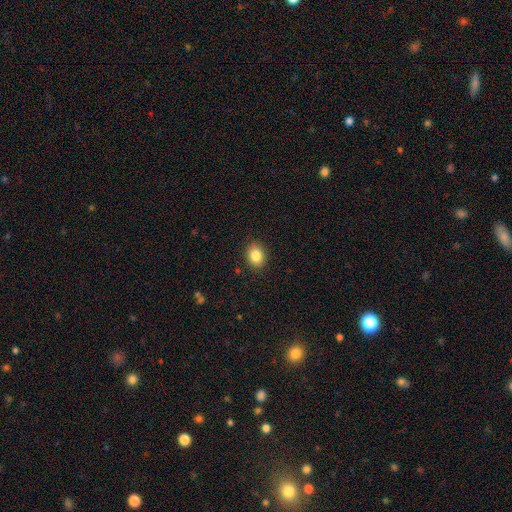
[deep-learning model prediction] This is clearly a smooth galaxy (85%). How rounded: likely in between (64%). Merging: clearly none (88%).